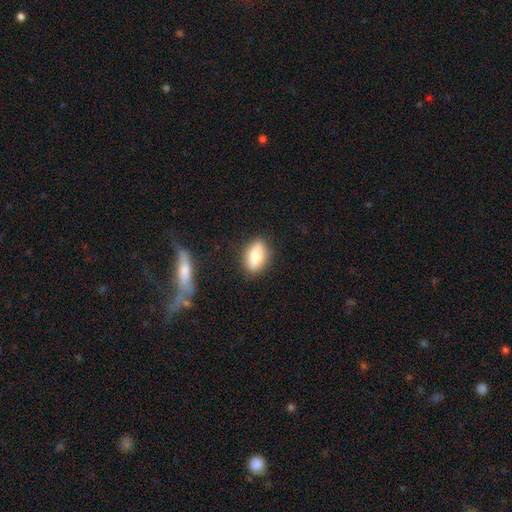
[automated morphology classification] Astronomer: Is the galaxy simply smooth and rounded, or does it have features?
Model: smooth — 68%.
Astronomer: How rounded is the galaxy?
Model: in between — 78%.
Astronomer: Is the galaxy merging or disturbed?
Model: none — 85%.